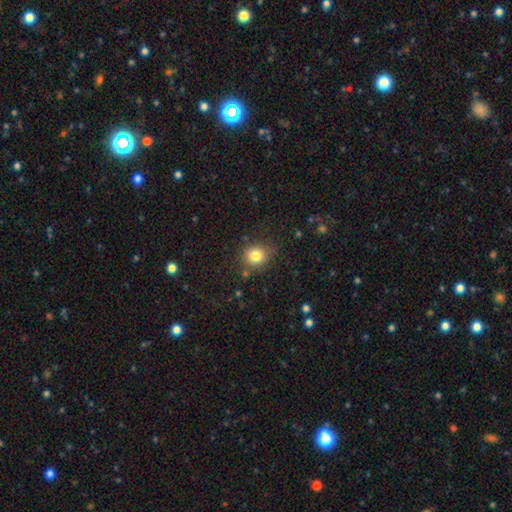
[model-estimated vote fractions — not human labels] Q: Smooth or featured?
A: smooth (81%); runner-up: star or artifact (12%)
Q: How rounded?
A: round (78%); runner-up: in between (21%)
Q: Merging?
A: none (77%); runner-up: minor disturbance (15%)